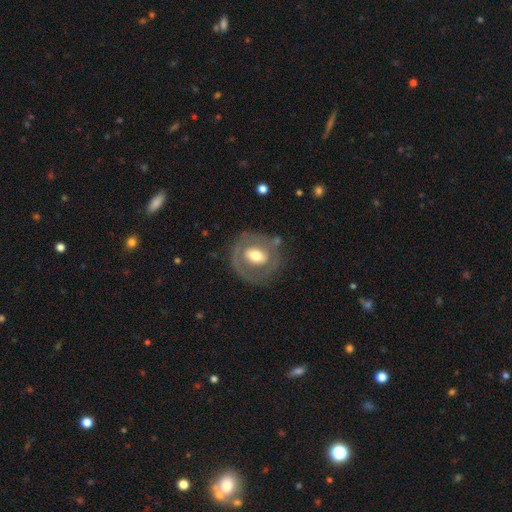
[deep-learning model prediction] smooth-or-featured: featured or disk: 55% | smooth: 39% | star or artifact: 6%
  disk-edge-on: no: 94% | yes: 6%
    bar: no: 52% | weak: 32% | strong: 16%
    has-spiral-arms: no: 70% | yes: 30%
    bulge-size: moderate: 66% | large: 22% | small: 9% | dominant: 2% | none: 1%
  merging: none: 68% | minor disturbance: 18% | major disturbance: 11% | merger: 3%